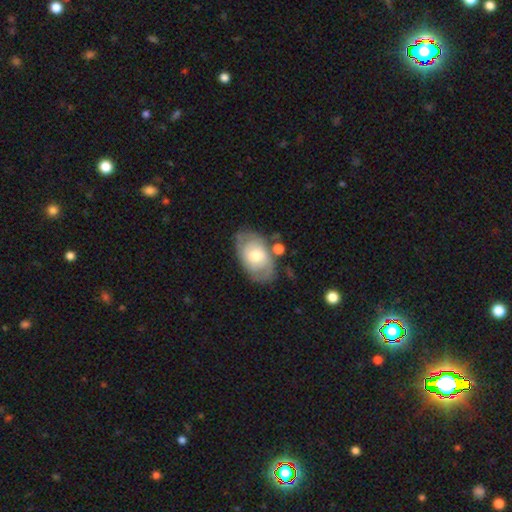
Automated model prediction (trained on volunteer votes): A featured or disk galaxy (52%). Merging: none (62%).